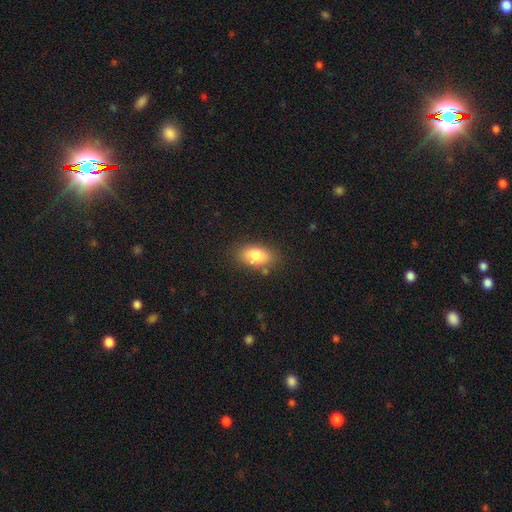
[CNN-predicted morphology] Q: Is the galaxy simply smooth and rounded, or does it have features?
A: smooth — 83%.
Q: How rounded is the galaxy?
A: in between — 89%.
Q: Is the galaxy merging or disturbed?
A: none — 81%.